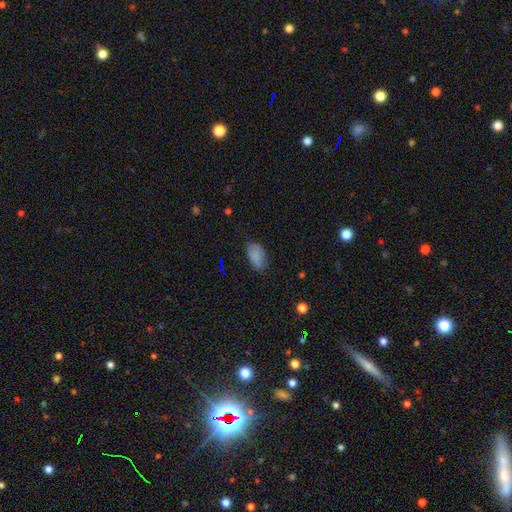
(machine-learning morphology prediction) Overall: smooth (84%). How rounded: in between (93%). Merging: none (74%).